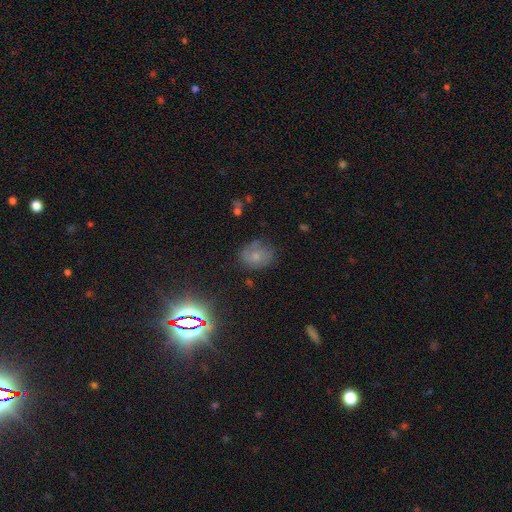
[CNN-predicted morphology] Smooth or featured?
  - smooth: 58% *
  - star or artifact: 21%
  - featured or disk: 21%
How rounded?
  - in between: 54% *
  - round: 45%
  - cigar-shaped: 1%
Merging?
  - none: 65% *
  - minor disturbance: 23%
  - major disturbance: 8%
  - merger: 4%